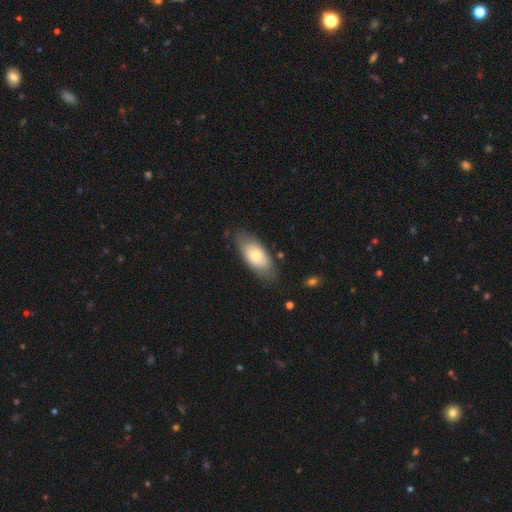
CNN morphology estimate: This appears to be a smooth galaxy with no disk features (70%) that is in between round and cigar-shaped (88%). Merging: none (75%).